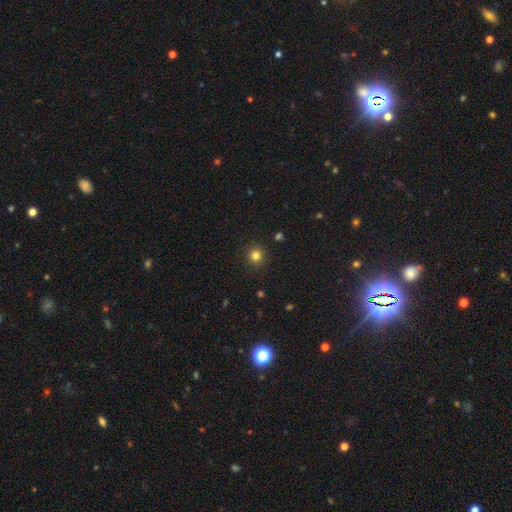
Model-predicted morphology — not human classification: type=smooth (81%); roundness=round (94%); merging=none (91%).